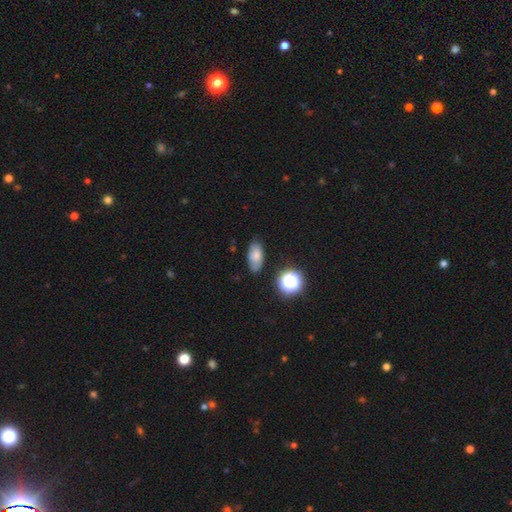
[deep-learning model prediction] Overall: smooth (74%). How rounded: in between (88%). Merging: none (74%).